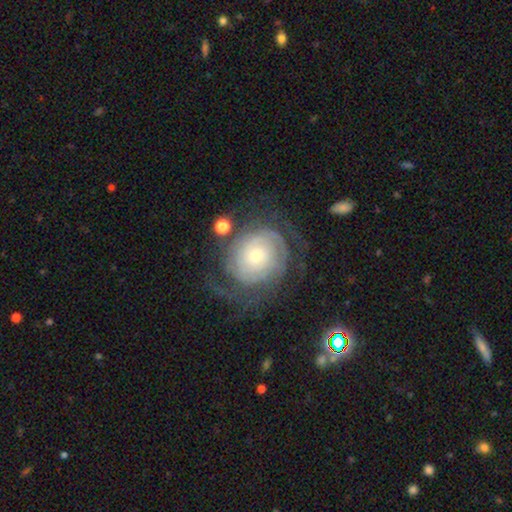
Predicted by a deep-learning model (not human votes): smooth-or-featured: featured or disk: 79% | smooth: 14% | star or artifact: 6%
  disk-edge-on: no: 97% | yes: 3%
    bar: no: 79% | weak: 17% | strong: 4%
    has-spiral-arms: yes: 91% | no: 9%
      spiral-winding: tight: 71% | medium: 20% | loose: 9%
      spiral-arm-count: can't tell: 40% | 2: 26% | 3: 13% | 4: 8% | 1: 6% | more than 4: 6%
    bulge-size: small: 63% | moderate: 30% | large: 4% | dominant: 2% | none: 1%
  merging: none: 65% | major disturbance: 16% | minor disturbance: 16% | merger: 3%